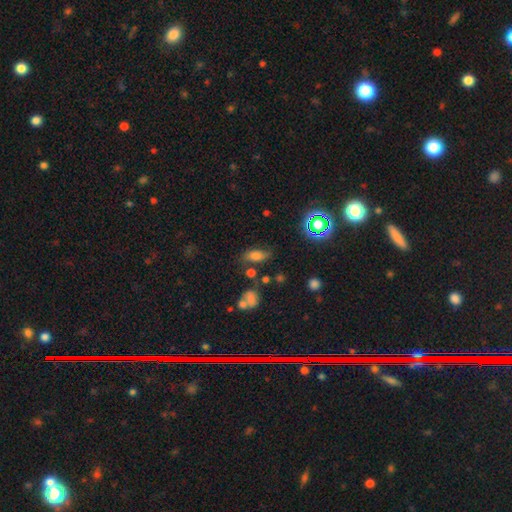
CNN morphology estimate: This is likely a smooth galaxy (71%). How rounded: likely in between (80%). Merging: likely none (66%).